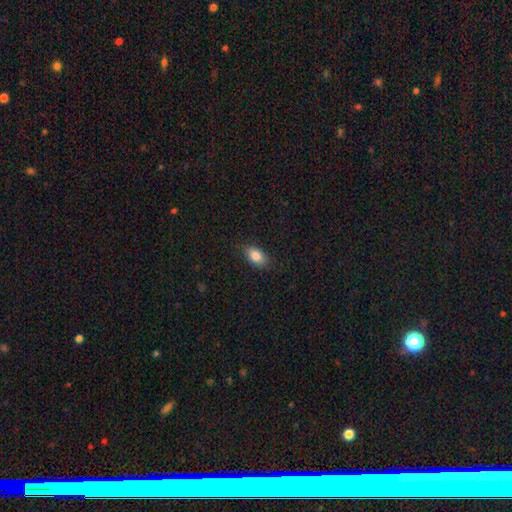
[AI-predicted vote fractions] smooth 86%, star or artifact 7%, featured or disk 6%. Down the decision tree: how rounded — in between (90%); merging — none (86%).